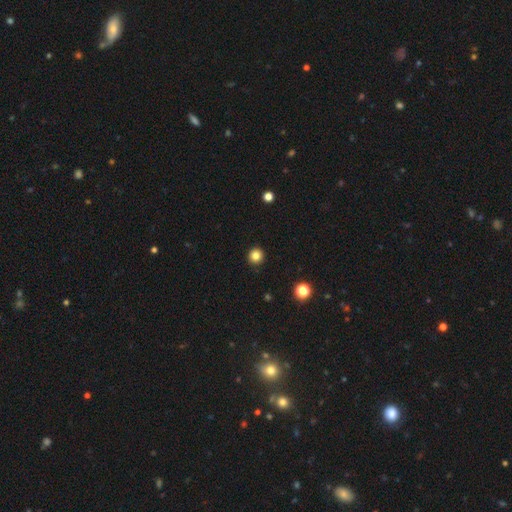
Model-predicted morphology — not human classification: A smooth galaxy with no disk features (83%) that is round (95%). Merging: none (93%).